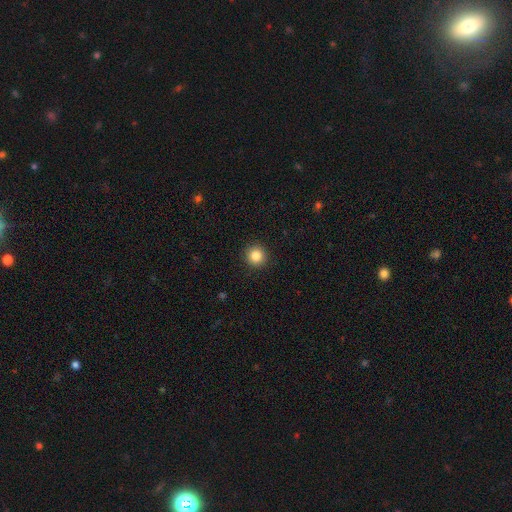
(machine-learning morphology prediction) Q: Smooth or featured?
A: smooth (85%); runner-up: star or artifact (11%)
Q: How rounded?
A: round (95%); runner-up: in between (4%)
Q: Merging?
A: none (92%); runner-up: minor disturbance (5%)